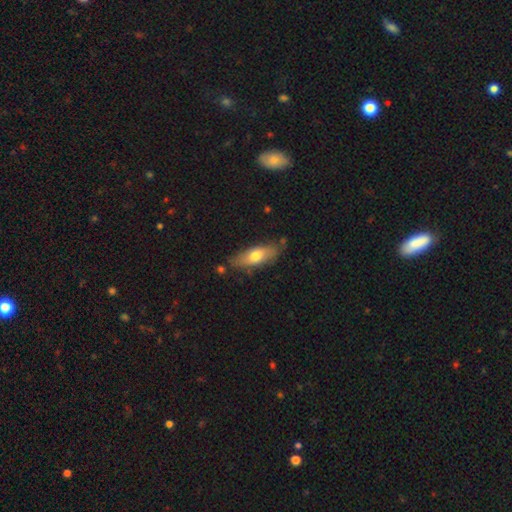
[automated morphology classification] type=smooth (63%); roundness=in between (63%); merging=none (74%).